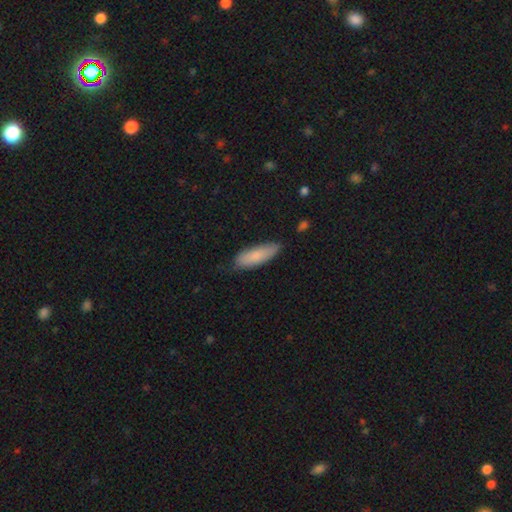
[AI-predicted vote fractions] Smooth or featured? smooth (83%)
How rounded? in between (54%)
Merging? none (73%)